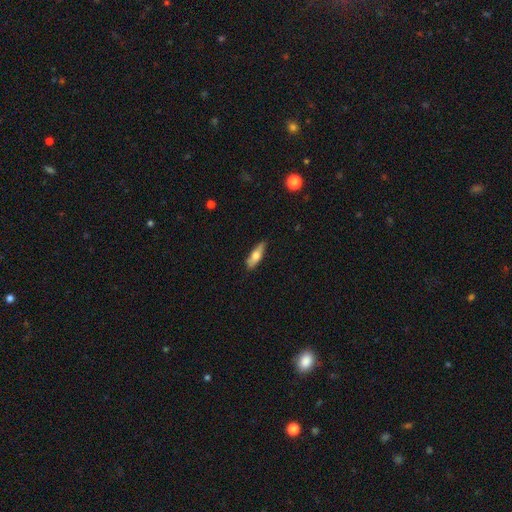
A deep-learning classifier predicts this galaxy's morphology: smooth 59%, featured or disk 35%, star or artifact 6%. Down the decision tree: how rounded — cigar-shaped (52%); merging — none (81%).